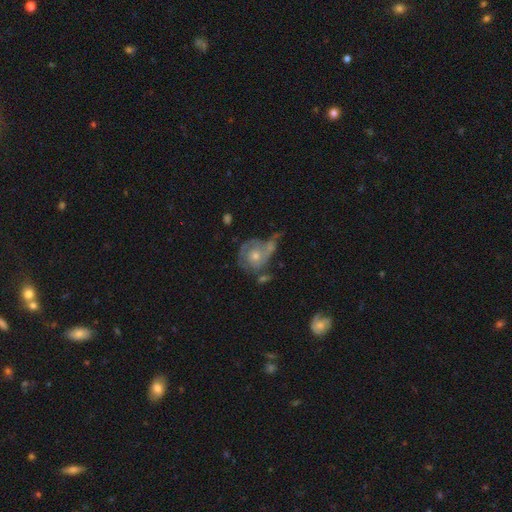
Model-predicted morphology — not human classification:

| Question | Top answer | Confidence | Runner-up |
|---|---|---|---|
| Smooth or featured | featured or disk | 74% | smooth (19%) |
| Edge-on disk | no | 97% | yes (3%) |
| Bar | no | 81% | weak (16%) |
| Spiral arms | yes | 83% | no (17%) |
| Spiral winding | tight | 62% | medium (28%) |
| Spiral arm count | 2 | 40% | can't tell (30%) |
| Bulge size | moderate | 59% | small (35%) |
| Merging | none | 37% | merger (23%) |